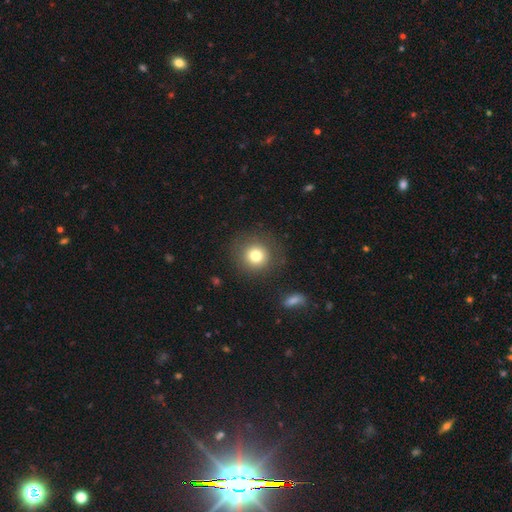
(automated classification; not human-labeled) Overall: smooth (78%). How rounded: round (91%). Merging: none (83%).